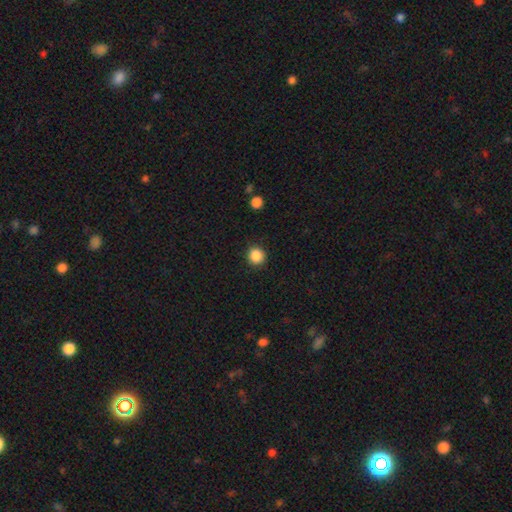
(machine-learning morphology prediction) Q: Smooth or featured?
A: smooth (87%); runner-up: star or artifact (10%)
Q: How rounded?
A: round (92%); runner-up: in between (7%)
Q: Merging?
A: none (90%); runner-up: minor disturbance (6%)